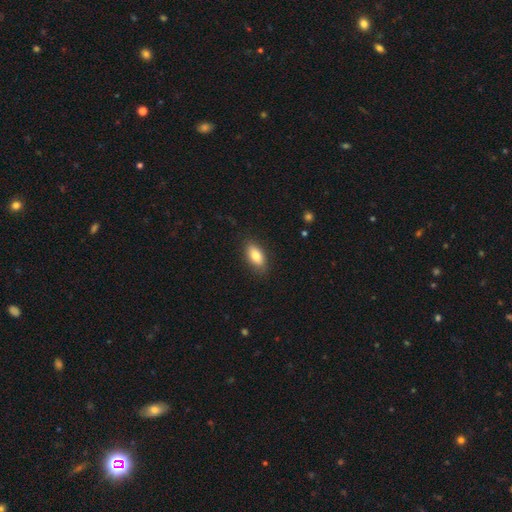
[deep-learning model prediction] This appears to be a smooth galaxy with no disk features (82%) that is in between round and cigar-shaped (88%). Merging: none (85%).